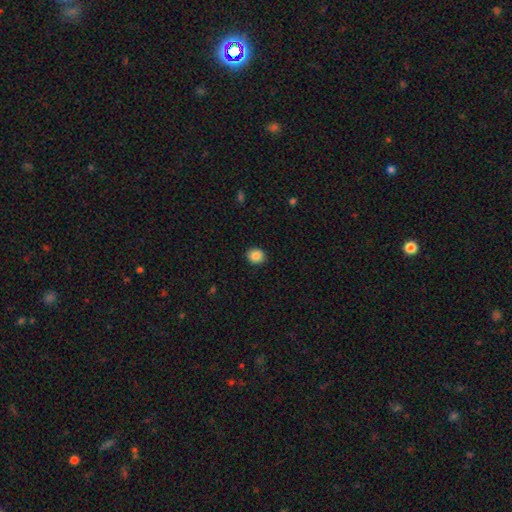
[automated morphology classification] Smooth or featured? smooth (87%)
How rounded? round (73%)
Merging? none (91%)